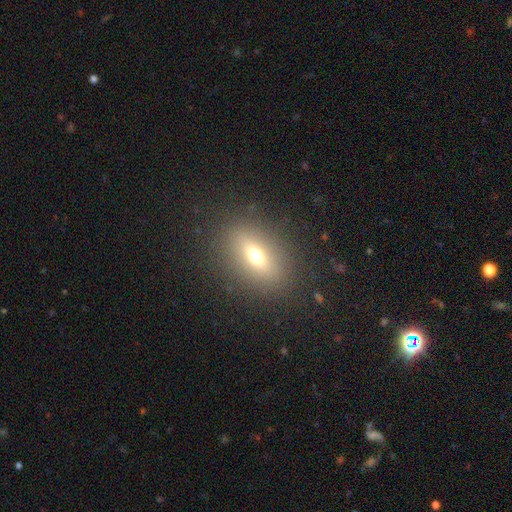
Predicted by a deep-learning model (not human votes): Q: Smooth or featured?
A: smooth (60%); runner-up: featured or disk (22%)
Q: How rounded?
A: in between (67%); runner-up: round (26%)
Q: Merging?
A: none (85%); runner-up: minor disturbance (8%)